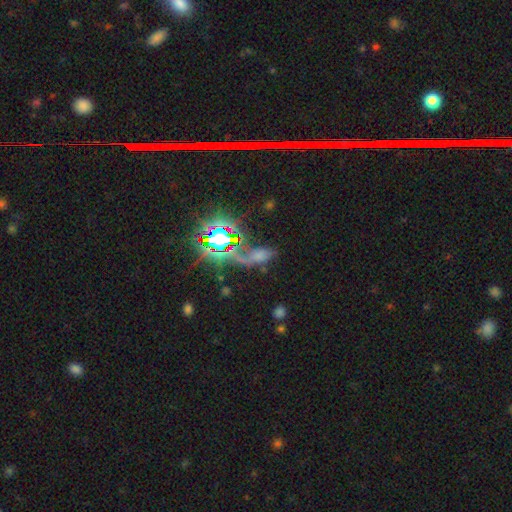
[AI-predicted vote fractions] This is possibly a star or artifact rather than a galaxy (46%).